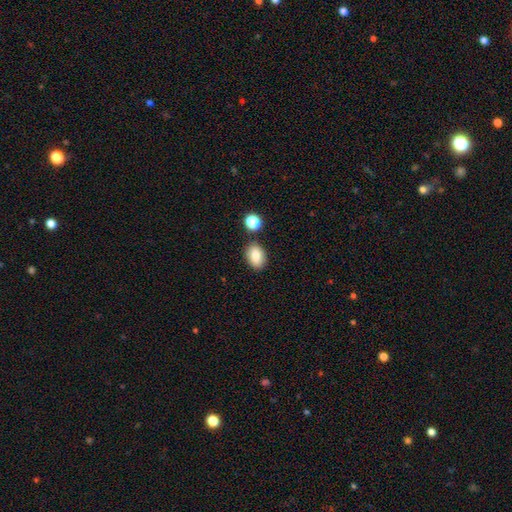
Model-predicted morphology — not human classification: smooth 82%, star or artifact 9%, featured or disk 9%. Down the decision tree: how rounded — in between (79%); merging — none (81%).